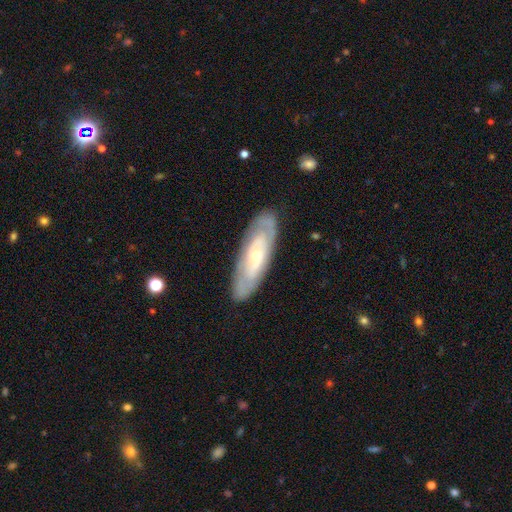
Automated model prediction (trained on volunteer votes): This appears to be a featured or disk galaxy (71%) with no bar (72%), spiral arms (75%) and a small central bulge (68%). Merging: none (83%).